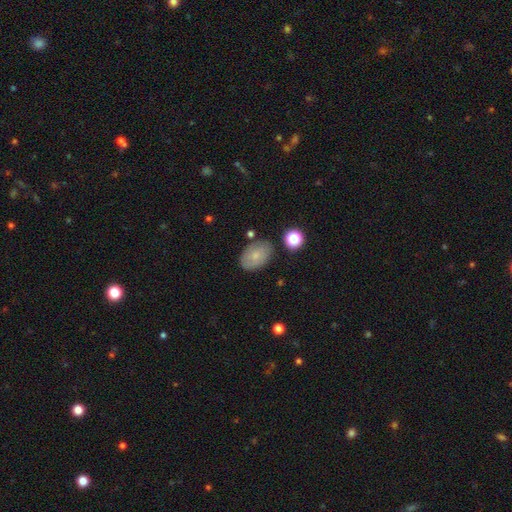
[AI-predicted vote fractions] Smooth or featured: smooth — 76% (featured or disk — 16%)
How rounded: in between — 86% (round — 13%)
Merging: none — 79% (minor disturbance — 14%)